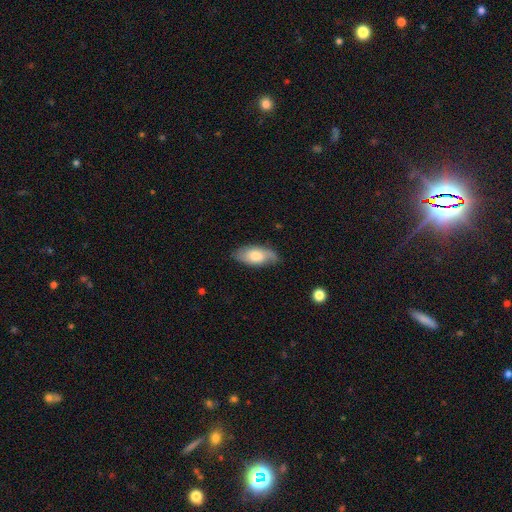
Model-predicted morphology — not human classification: Smooth or featured?
  - smooth: 60% *
  - featured or disk: 33%
  - star or artifact: 6%
How rounded?
  - in between: 90% *
  - cigar-shaped: 7%
  - round: 3%
Merging?
  - none: 72% *
  - minor disturbance: 22%
  - major disturbance: 4%
  - merger: 1%